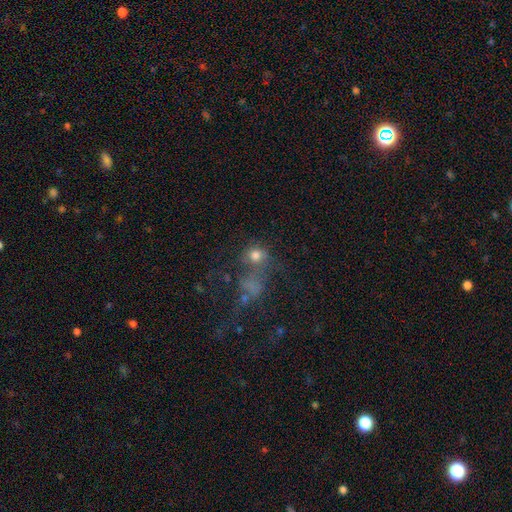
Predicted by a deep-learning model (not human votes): Q: Smooth or featured?
A: smooth (63%); runner-up: star or artifact (21%)
Q: How rounded?
A: round (69%); runner-up: in between (29%)
Q: Merging?
A: none (35%); runner-up: merger (30%)